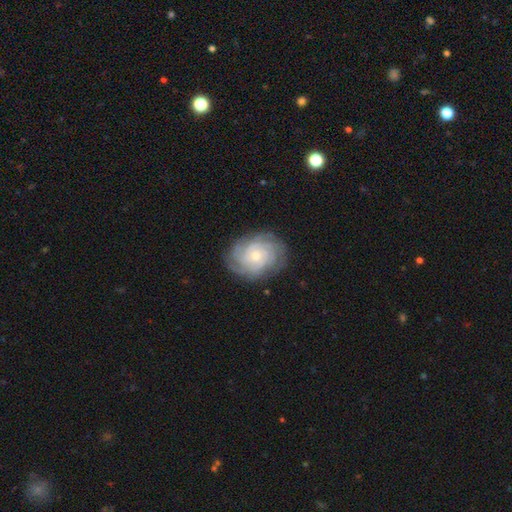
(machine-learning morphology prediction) Overall: featured or disk (82%). Edge-on disk: no (97%). Bar: no (77%). Spiral arms: yes (96%). Spiral arm count: can't tell (35%; 4 22%). Spiral winding: tight (78%). Bulge size: small (59%; moderate 37%). Merging: none (82%).